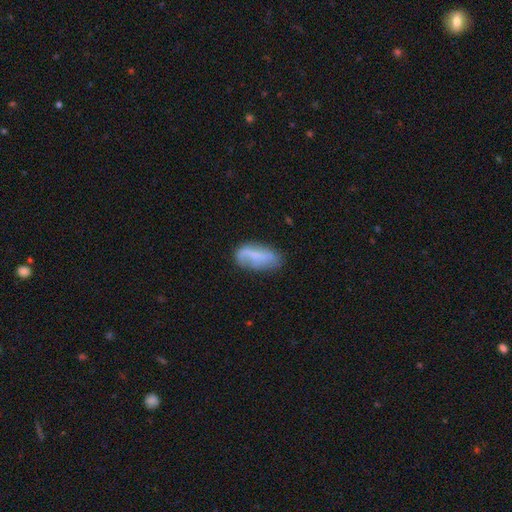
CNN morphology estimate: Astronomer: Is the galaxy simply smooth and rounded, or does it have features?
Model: smooth — 54% (runner-up: featured or disk, 38%).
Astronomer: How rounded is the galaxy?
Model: in between — 84%.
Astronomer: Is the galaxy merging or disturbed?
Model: none — 55%.